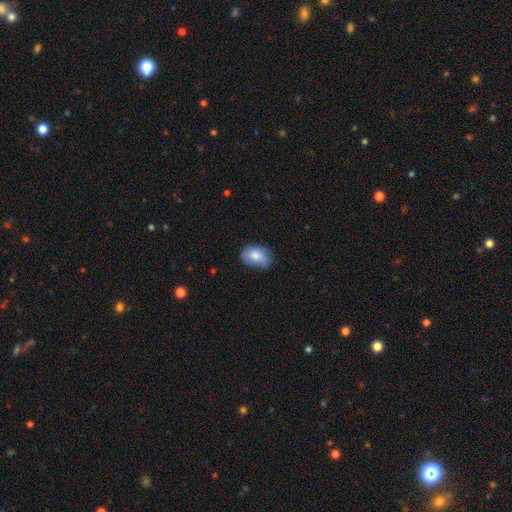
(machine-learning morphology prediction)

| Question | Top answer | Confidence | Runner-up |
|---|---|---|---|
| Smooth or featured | smooth | 76% | featured or disk (17%) |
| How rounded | in between | 85% | round (13%) |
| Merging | none | 64% | minor disturbance (28%) |